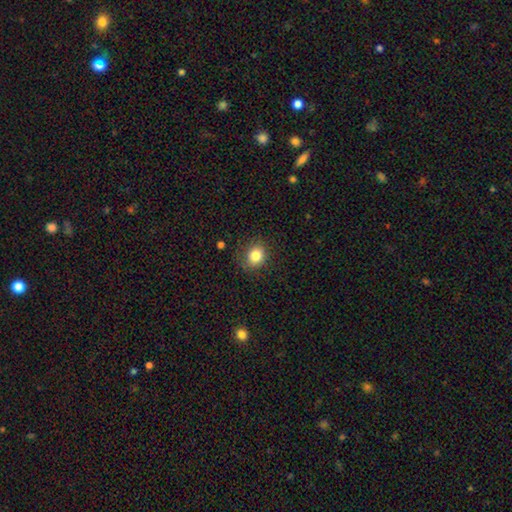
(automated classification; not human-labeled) smooth 83%, star or artifact 11%, featured or disk 6%. Down the decision tree: how rounded — round (75%); merging — none (81%).